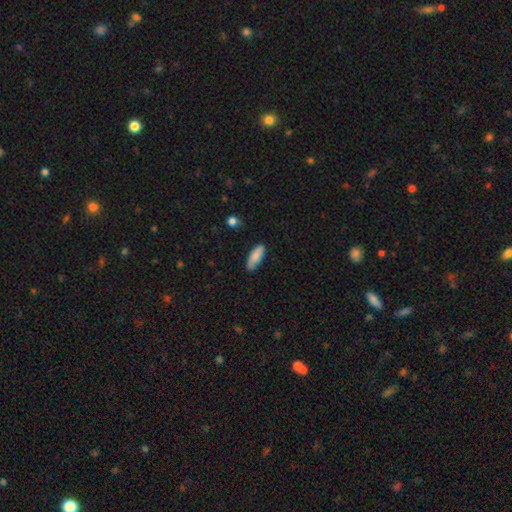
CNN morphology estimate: Smooth or featured? smooth (84%)
How rounded? in between (64%)
Merging? none (84%)